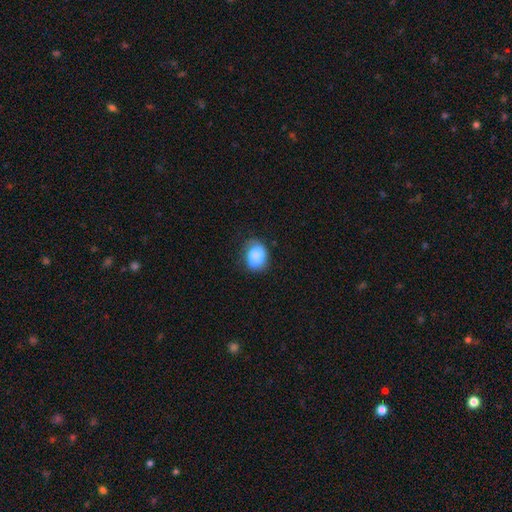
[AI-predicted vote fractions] This is likely a smooth galaxy (79%). How rounded: likely in between (69%). Merging: possibly none (53%).